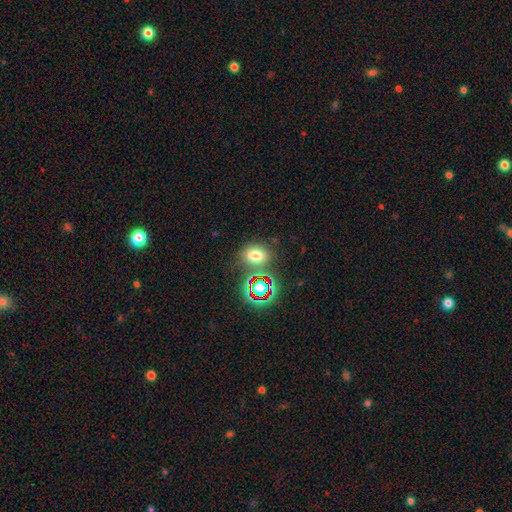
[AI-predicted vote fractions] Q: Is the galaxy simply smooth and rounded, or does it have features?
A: smooth — 65%.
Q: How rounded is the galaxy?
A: in between — 52%.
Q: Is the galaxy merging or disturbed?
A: none — 71%.